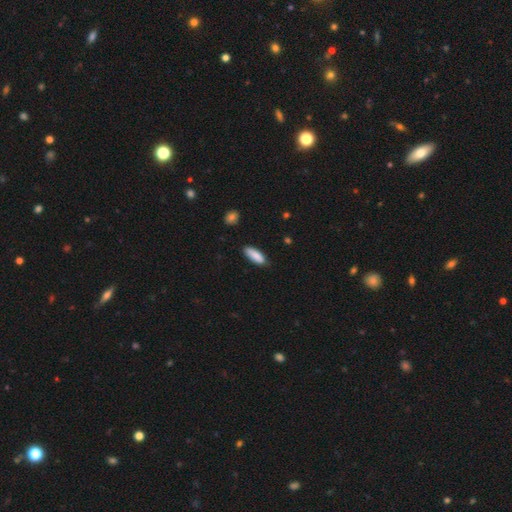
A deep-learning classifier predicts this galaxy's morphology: A smooth galaxy with no disk features (88%) that is in between round and cigar-shaped (66%). Merging: none (81%).